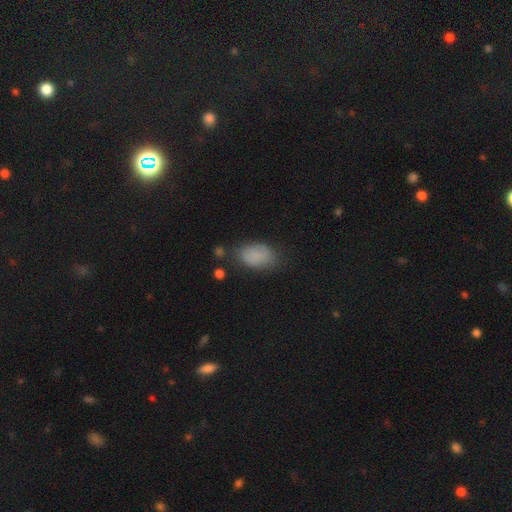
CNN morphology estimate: smooth 83%, star or artifact 9%, featured or disk 8%. Down the decision tree: how rounded — in between (88%); merging — none (65%).